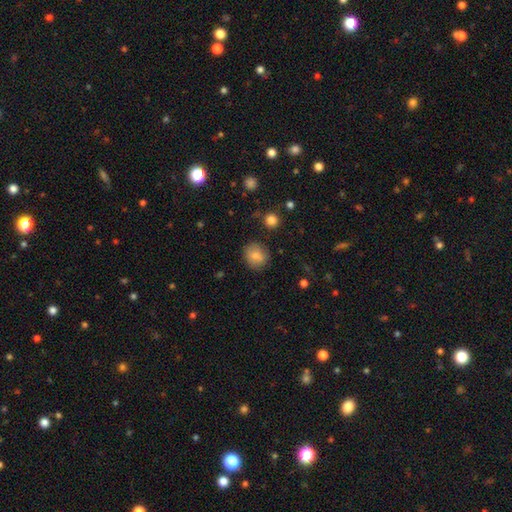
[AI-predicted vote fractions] This appears to be a smooth galaxy with no disk features (80%) that is round (75%). Merging: none (82%).